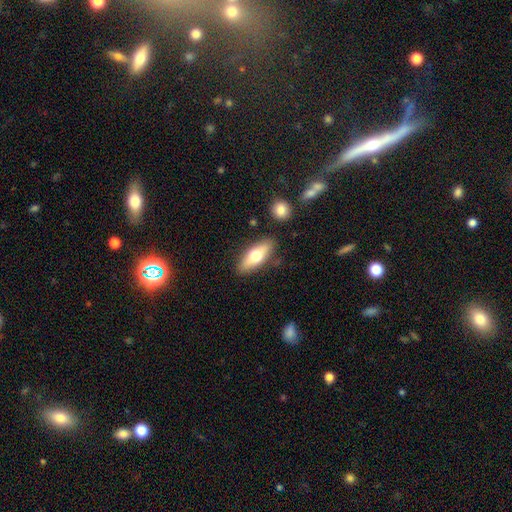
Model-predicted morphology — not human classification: smooth-or-featured: smooth: 63% | featured or disk: 31% | star or artifact: 6%
  how-rounded: in between: 64% | cigar-shaped: 33% | round: 3%
  merging: none: 83% | minor disturbance: 11% | merger: 3% | major disturbance: 2%